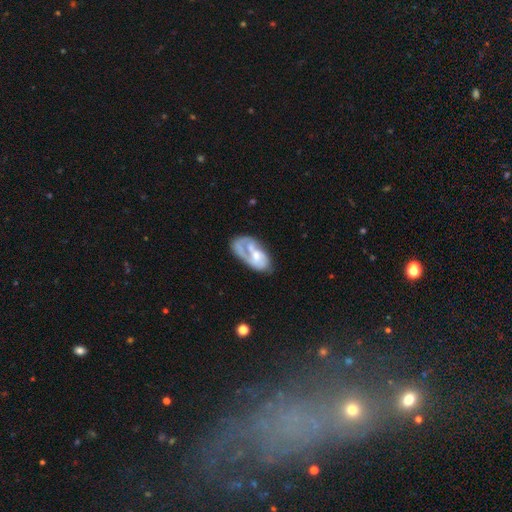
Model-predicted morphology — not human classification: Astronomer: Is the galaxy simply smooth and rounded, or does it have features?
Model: featured or disk — 65%.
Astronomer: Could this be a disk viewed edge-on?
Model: no — 96%.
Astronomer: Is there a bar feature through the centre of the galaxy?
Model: no — 62%.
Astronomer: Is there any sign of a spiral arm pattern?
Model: yes — 68%.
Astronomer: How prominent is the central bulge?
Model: moderate — 42% (runner-up: small, 36%).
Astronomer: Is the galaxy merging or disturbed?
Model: none — 32%, tied with major disturbance at 32%.